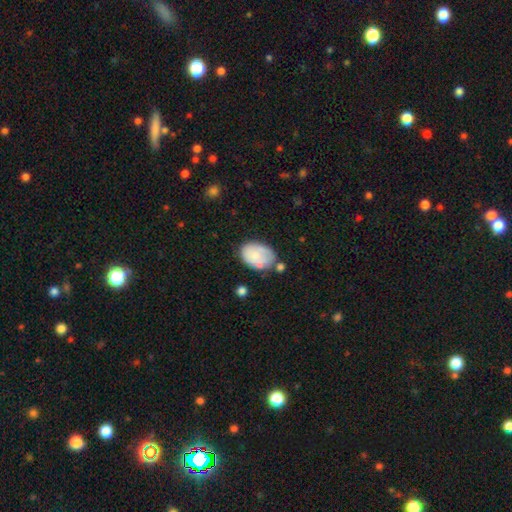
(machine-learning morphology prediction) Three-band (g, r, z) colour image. It shows a smooth galaxy with no disk features (73%) that is in between round and cigar-shaped (85%). Merging: none (55%).